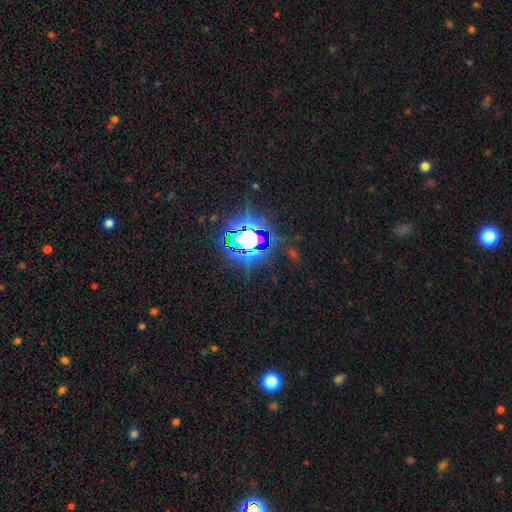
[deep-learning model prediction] The model was most divided on "smooth or featured": star or artifact: 83%, smooth: 10%, featured or disk: 6%.